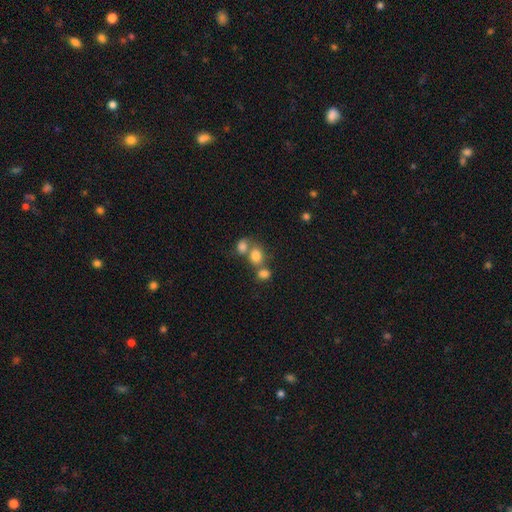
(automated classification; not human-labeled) smooth-or-featured: smooth: 77% | star or artifact: 12% | featured or disk: 11%
  how-rounded: round: 57% | in between: 42% | cigar-shaped: 1%
  merging: merger: 48% | none: 39% | minor disturbance: 9% | major disturbance: 5%